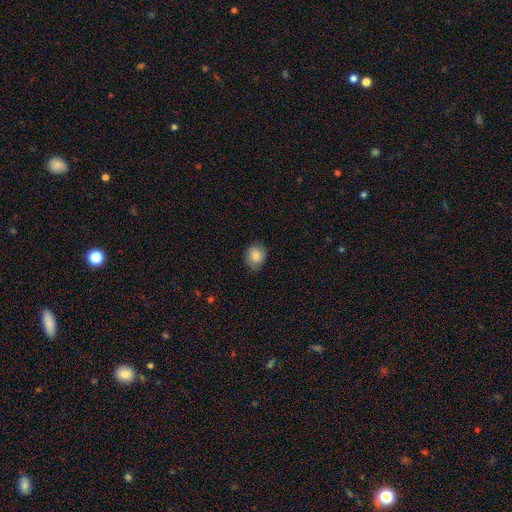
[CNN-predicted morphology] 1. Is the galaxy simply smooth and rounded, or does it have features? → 80% smooth, 12% featured or disk, 8% star or artifact.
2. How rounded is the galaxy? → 63% round, 36% in between, 1% cigar-shaped.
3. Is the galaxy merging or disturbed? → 76% none, 19% minor disturbance, 4% major disturbance, 1% merger.